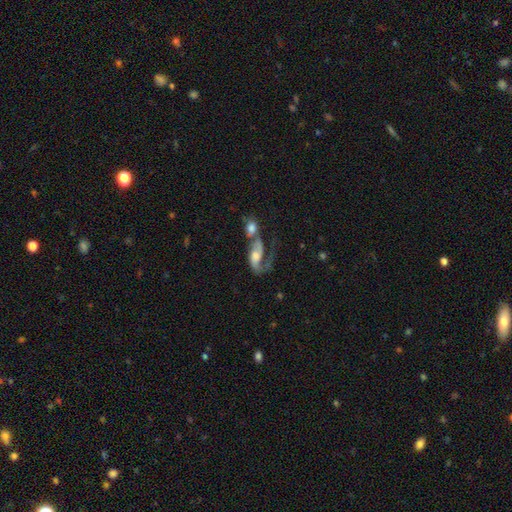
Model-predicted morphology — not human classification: Smooth or featured?
  - featured or disk: 70% *
  - smooth: 22%
  - star or artifact: 8%
Edge-on disk?
  - no: 94% *
  - yes: 6%
Bar?
  - no: 57% *
  - weak: 32%
  - strong: 11%
Spiral arms?
  - yes: 88% *
  - no: 12%
Spiral winding?
  - loose: 56% *
  - medium: 33%
  - tight: 11%
Spiral arm count?
  - 2: 56% *
  - 1: 35%
  - can't tell: 6%
  - 3: 1%
  - 4: 1%
  - more than 4: 1%
Bulge size?
  - moderate: 50% *
  - small: 25%
  - large: 16%
  - none: 7%
  - dominant: 2%
Merging?
  - merger: 54% *
  - major disturbance: 20%
  - none: 17%
  - minor disturbance: 9%